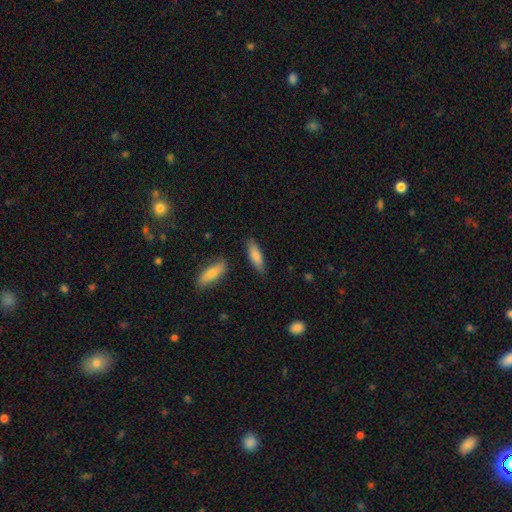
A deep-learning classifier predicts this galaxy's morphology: smooth_or_featured: smooth (p=0.80) [alt: featured or disk p=0.14]
how_rounded: in between (p=0.51) [alt: cigar-shaped p=0.47]
merging: none (p=0.80) [alt: minor disturbance p=0.14]